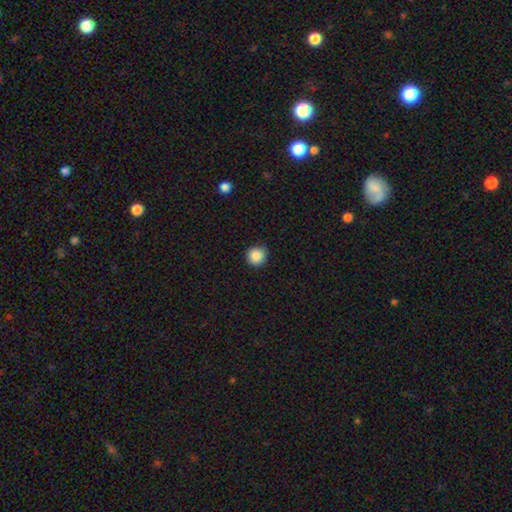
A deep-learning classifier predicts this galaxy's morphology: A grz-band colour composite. It shows a smooth galaxy with no disk features (87%) that is round (94%). Merging: none (88%).